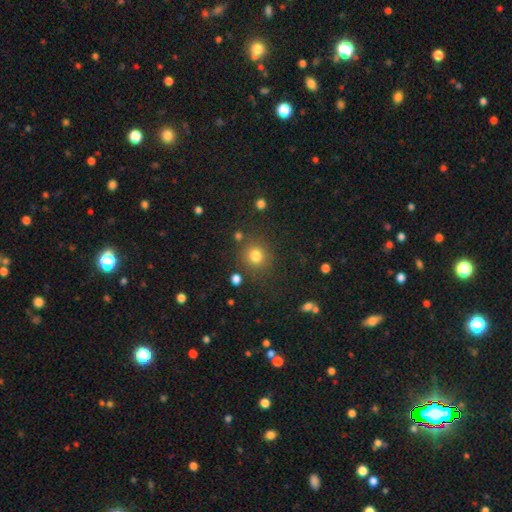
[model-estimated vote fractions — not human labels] This appears to be a smooth galaxy with no disk features (79%) that is round (89%). Merging: none (81%).